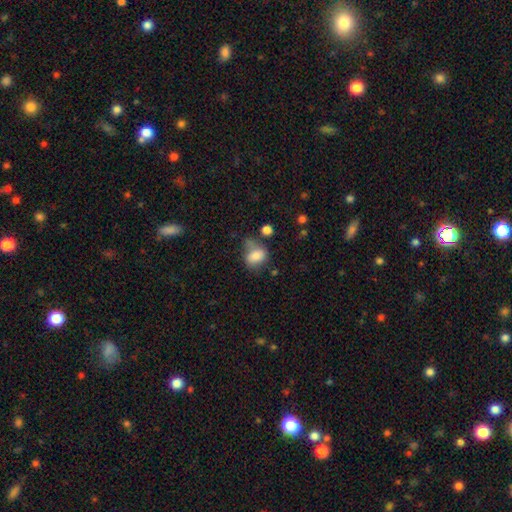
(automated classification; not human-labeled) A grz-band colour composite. It shows a smooth galaxy with no disk features (78%) that is in between round and cigar-shaped (66%). Merging: none (40%).